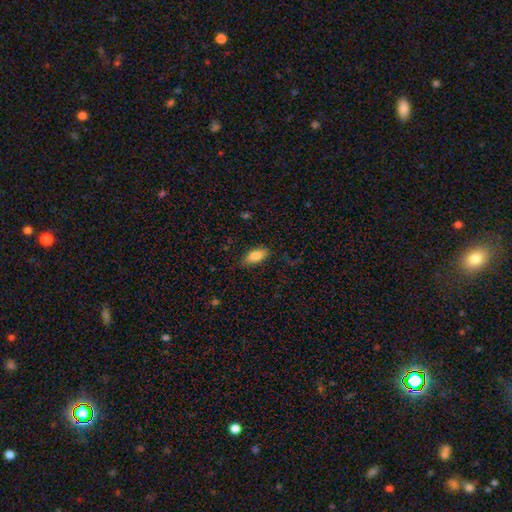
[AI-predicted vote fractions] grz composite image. It shows a smooth galaxy with no disk features (84%) that is in between round and cigar-shaped (88%). Merging: none (82%).